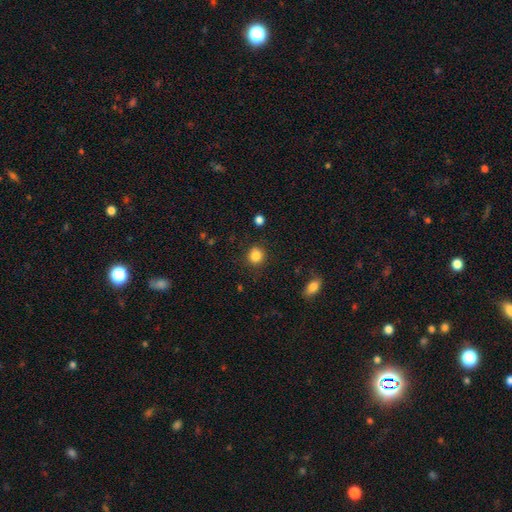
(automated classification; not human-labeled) Overall: smooth (84%). How rounded: round (86%). Merging: none (88%).